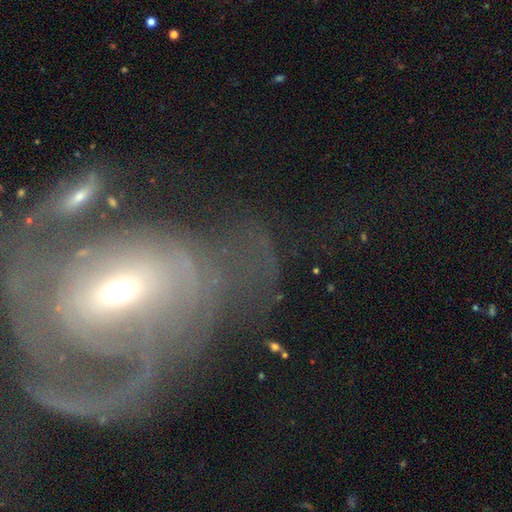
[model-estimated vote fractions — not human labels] A featured or disk galaxy (69%) with no bar (51%), spiral arms (65%) and a moderate central bulge (55%).

Vote fractions:
- Smooth or featured? featured or disk: 69% / smooth: 18% / star or artifact: 13%
- Edge-on disk? no: 94% / yes: 6%
- Bar? no: 51% / weak: 33% / strong: 17%
- Spiral arms? yes: 65% / no: 35%
- Bulge size? moderate: 55% / small: 34% / large: 7% / dominant: 2% / none: 2%
- Merging? major disturbance: 39% / none: 33% / minor disturbance: 18% / merger: 11%